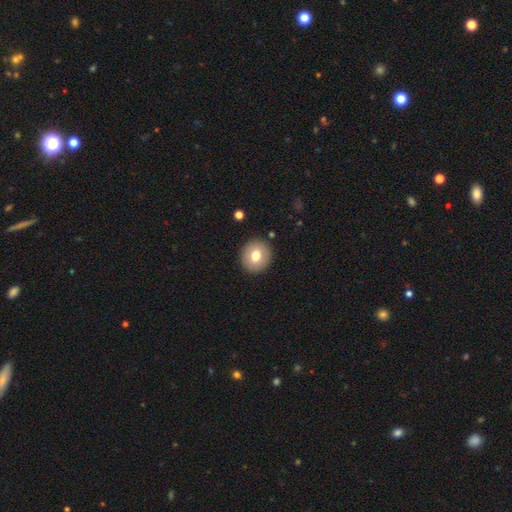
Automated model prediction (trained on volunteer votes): A smooth galaxy with no disk features (73%) that is round (86%). Merging: none (90%).